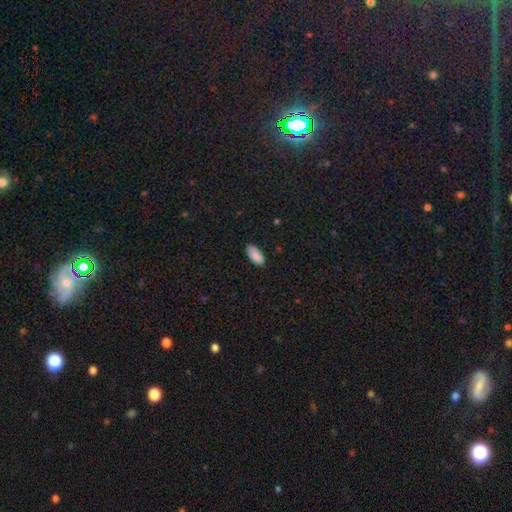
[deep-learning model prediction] A smooth galaxy with no disk features (90%) that is in between round and cigar-shaped (89%).

Vote fractions:
- Smooth or featured? smooth: 90% / star or artifact: 6% / featured or disk: 4%
- How rounded? in between: 89% / cigar-shaped: 10% / round: 2%
- Merging? none: 87% / minor disturbance: 10% / major disturbance: 2% / merger: 1%